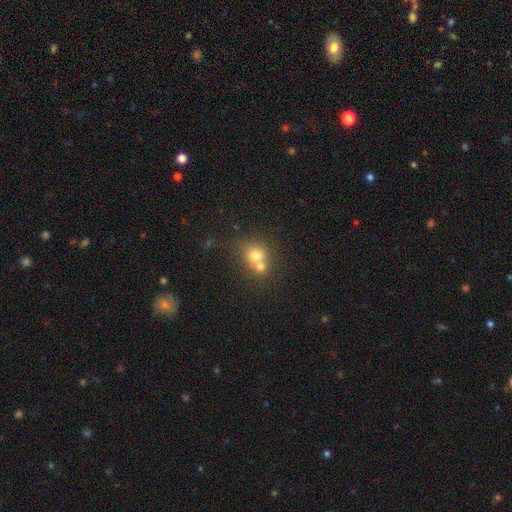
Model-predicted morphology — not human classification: Smooth or featured? Predicted: smooth (p=0.71). How rounded? Predicted: round (p=0.81). Merging? Predicted: merger (p=0.56).